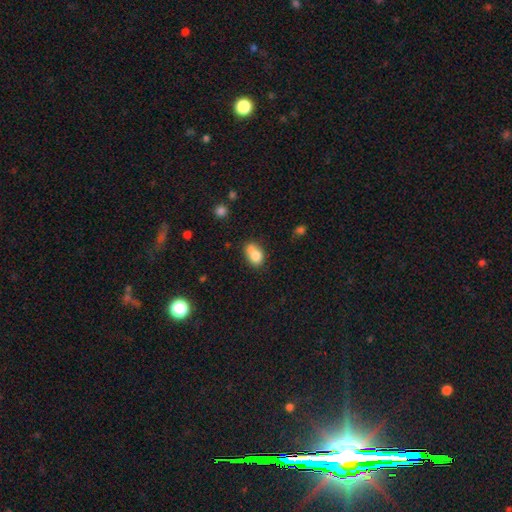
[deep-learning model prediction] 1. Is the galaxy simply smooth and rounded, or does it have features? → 76% smooth, 15% featured or disk, 10% star or artifact.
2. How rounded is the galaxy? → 61% in between, 37% round, 1% cigar-shaped.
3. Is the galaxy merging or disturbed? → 45% merger, 33% none, 16% minor disturbance, 6% major disturbance.